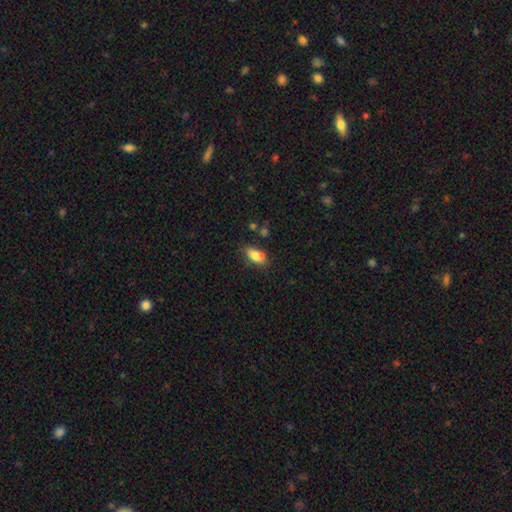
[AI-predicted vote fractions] smooth 79%, featured or disk 13%, star or artifact 9%. Down the decision tree: how rounded — in between (85%); merging — none (58%).